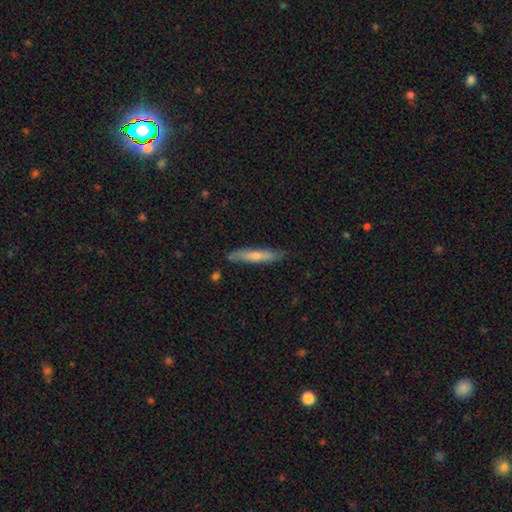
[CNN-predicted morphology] The model was most divided on "smooth or featured": smooth: 59%, featured or disk: 35%, star or artifact: 5%. More confident: how rounded — cigar-shaped (89%); merging — none (80%).